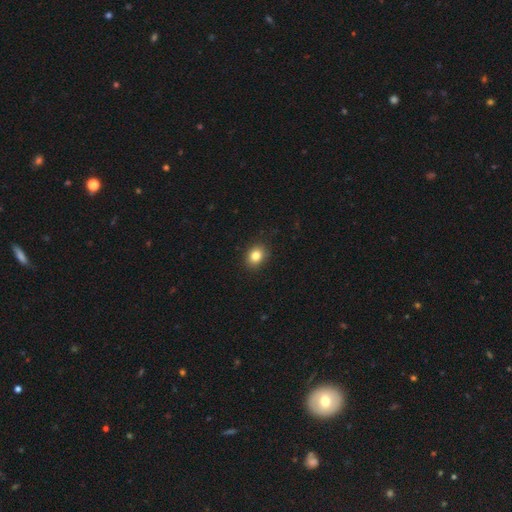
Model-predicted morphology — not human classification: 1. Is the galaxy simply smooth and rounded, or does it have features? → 82% smooth, 11% star or artifact, 7% featured or disk.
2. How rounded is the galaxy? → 55% round, 44% in between, 1% cigar-shaped.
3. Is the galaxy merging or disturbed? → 89% none, 8% minor disturbance, 2% major disturbance, 1% merger.